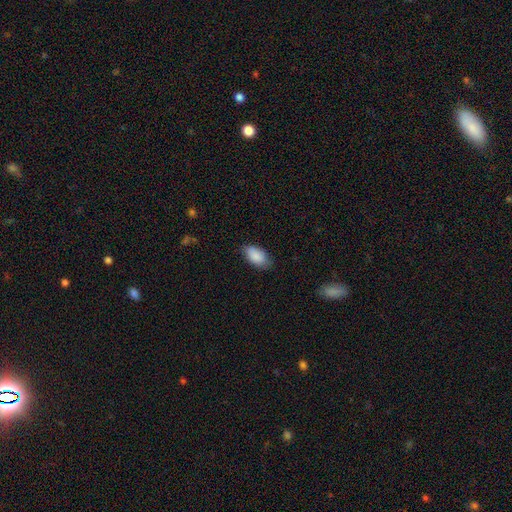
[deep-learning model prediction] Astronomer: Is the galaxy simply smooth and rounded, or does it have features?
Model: smooth — 89%.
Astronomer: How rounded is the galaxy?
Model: in between — 94%.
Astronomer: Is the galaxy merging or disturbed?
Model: none — 77%.